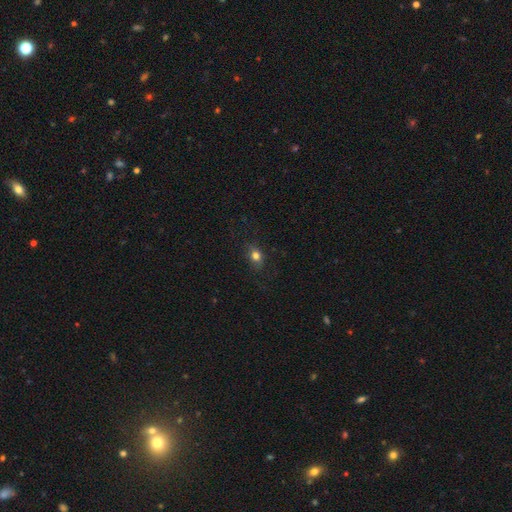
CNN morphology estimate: Q: Smooth or featured?
A: smooth (78%); runner-up: star or artifact (12%)
Q: How rounded?
A: in between (59%); runner-up: round (38%)
Q: Merging?
A: none (79%); runner-up: minor disturbance (15%)